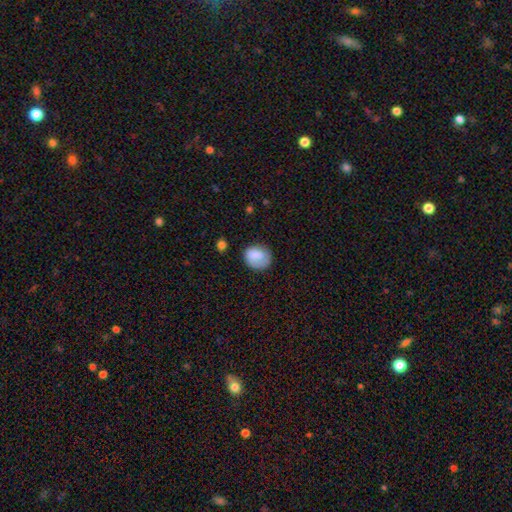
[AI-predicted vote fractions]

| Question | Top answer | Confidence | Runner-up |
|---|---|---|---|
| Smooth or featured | smooth | 80% | featured or disk (13%) |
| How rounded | round | 69% | in between (30%) |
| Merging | none | 67% | minor disturbance (21%) |